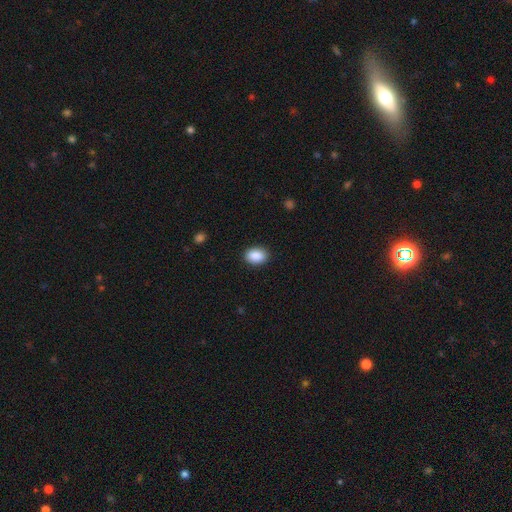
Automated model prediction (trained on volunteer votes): The model was most divided on "how rounded": in between: 77%, round: 22%, cigar-shaped: 1%. More confident: smooth or featured — smooth (90%); merging — none (90%).